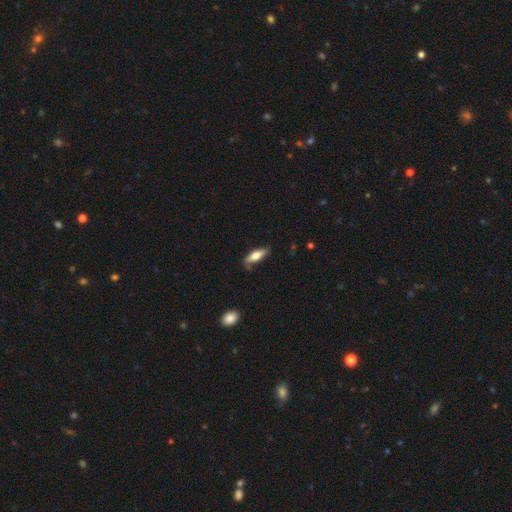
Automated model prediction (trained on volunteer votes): This is likely a smooth galaxy (64%). How rounded: possibly in between (55%). Merging: likely none (72%).